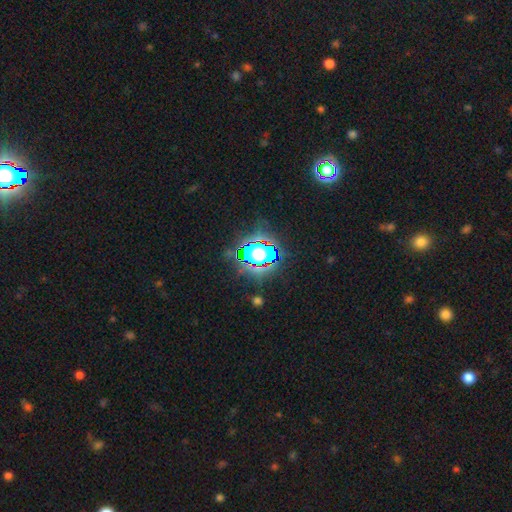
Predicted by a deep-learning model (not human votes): smooth_or_featured: star or artifact (p=0.73) [alt: smooth p=0.16]